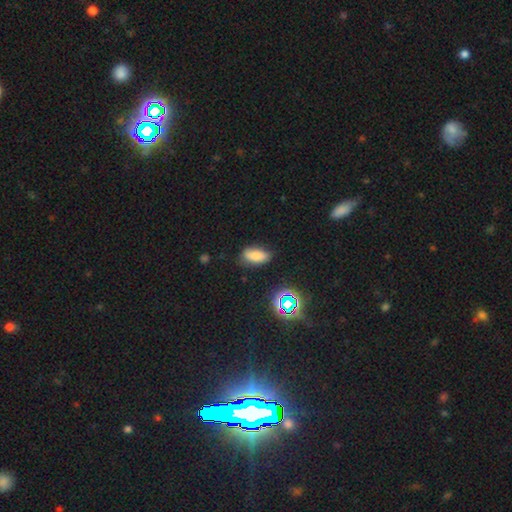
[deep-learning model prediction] The model was most divided on "merging": none: 74%, minor disturbance: 20%, major disturbance: 4%, merger: 2%. More confident: how rounded — in between (86%); smooth or featured — smooth (75%).